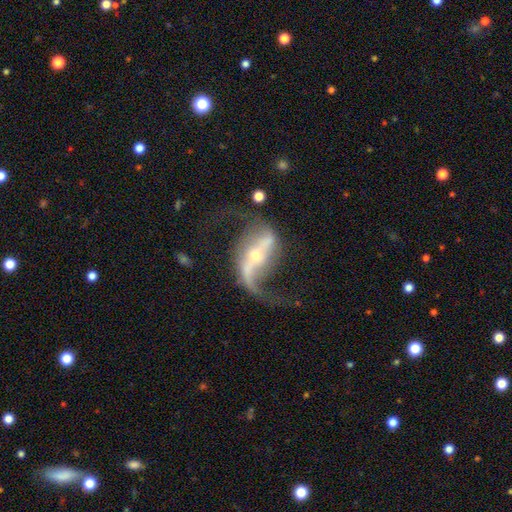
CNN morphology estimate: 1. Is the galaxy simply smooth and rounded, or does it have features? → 90% featured or disk, 6% star or artifact, 4% smooth.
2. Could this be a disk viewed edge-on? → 95% no, 5% yes.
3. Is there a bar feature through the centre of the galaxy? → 64% strong, 20% weak, 16% no.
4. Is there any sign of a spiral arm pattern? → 96% yes, 4% no.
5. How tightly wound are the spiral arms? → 78% loose, 17% medium, 4% tight.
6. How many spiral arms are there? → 91% 2, 5% 1, 2% can't tell, 1% 3, 1% 4, 1% more than 4.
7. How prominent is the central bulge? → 63% small, 32% moderate, 2% large, 1% none, 1% dominant.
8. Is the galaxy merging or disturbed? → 65% none, 16% major disturbance, 15% minor disturbance, 4% merger.